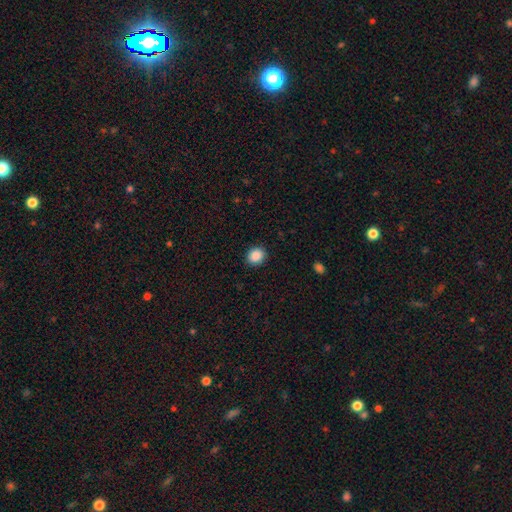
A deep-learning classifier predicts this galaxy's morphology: smooth_or_featured: smooth (p=0.89) [alt: star or artifact p=0.09]
how_rounded: round (p=0.70) [alt: in between p=0.29]
merging: none (p=0.90) [alt: minor disturbance p=0.07]